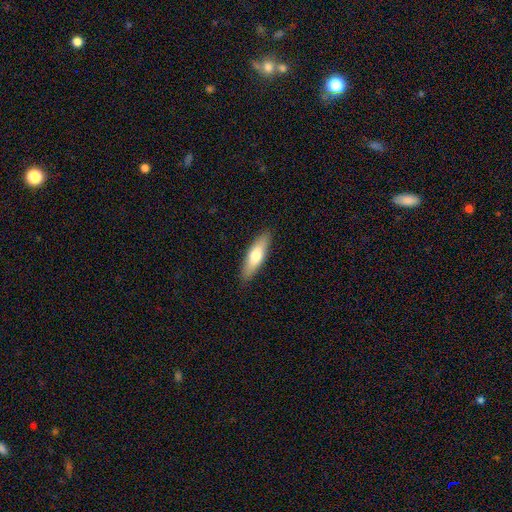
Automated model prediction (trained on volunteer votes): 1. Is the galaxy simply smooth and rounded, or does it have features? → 69% smooth, 26% featured or disk, 5% star or artifact.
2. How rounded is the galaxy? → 56% cigar-shaped, 42% in between, 2% round.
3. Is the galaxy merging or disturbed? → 88% none, 9% minor disturbance, 2% major disturbance, 1% merger.